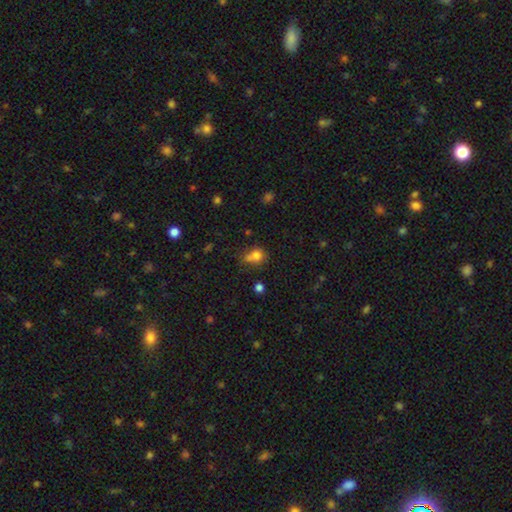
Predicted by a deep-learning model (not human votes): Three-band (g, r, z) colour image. It shows a smooth galaxy with no disk features (77%) that is round (76%). Merging: none (44%).